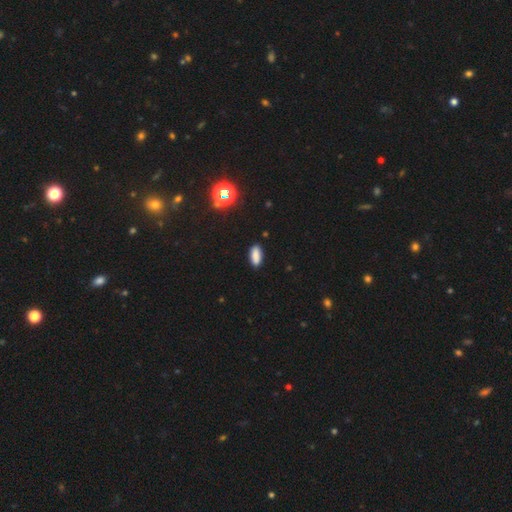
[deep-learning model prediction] smooth-or-featured: smooth: 85% | star or artifact: 10% | featured or disk: 4%
  how-rounded: in between: 83% | cigar-shaped: 14% | round: 3%
  merging: none: 87% | minor disturbance: 10% | major disturbance: 2% | merger: 1%